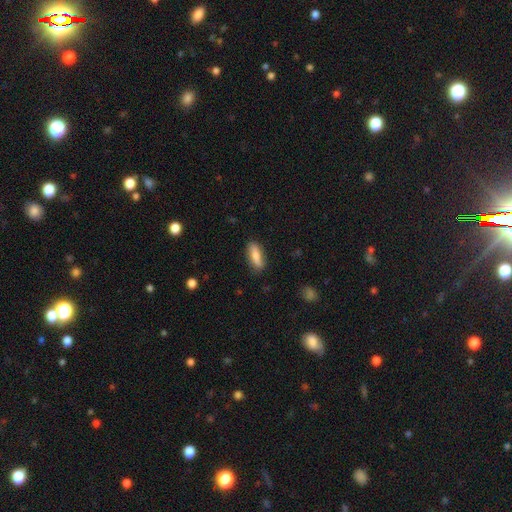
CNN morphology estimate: The model was most divided on "how rounded": in between: 63%, cigar-shaped: 35%, round: 3%. More confident: merging — none (82%); smooth or featured — smooth (75%).